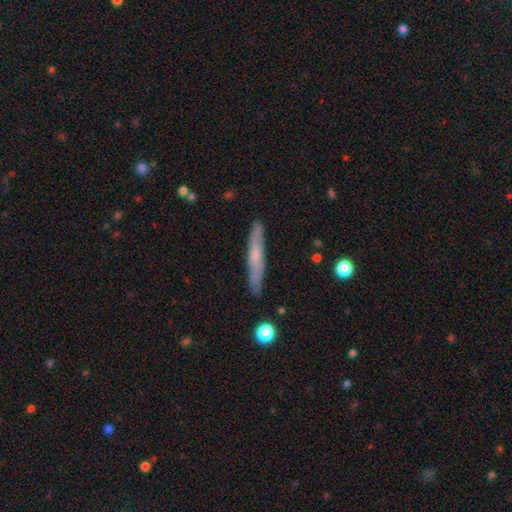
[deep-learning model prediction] Smooth or featured? smooth (47%, tied with featured or disk)
Merging? none (87%)